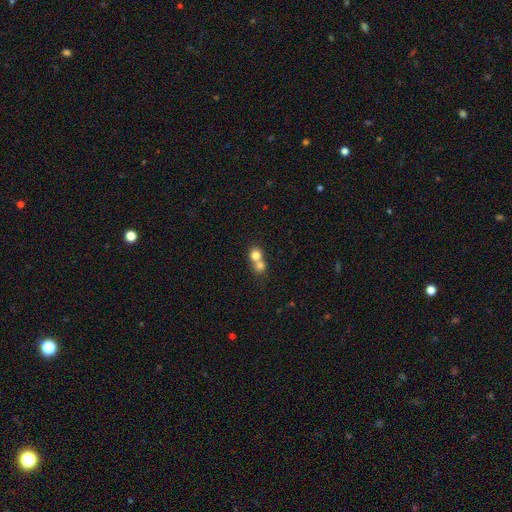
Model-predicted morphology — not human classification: smooth 77%, featured or disk 12%, star or artifact 10%. Down the decision tree: how rounded — round (80%); merging — merger (64%).